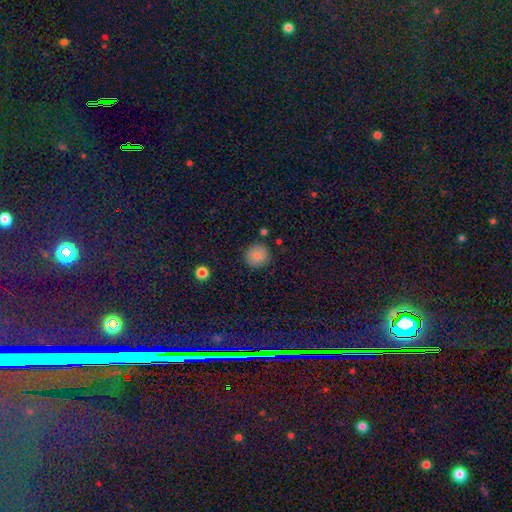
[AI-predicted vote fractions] Q: Smooth or featured?
A: smooth (84%); runner-up: star or artifact (10%)
Q: How rounded?
A: round (93%); runner-up: in between (6%)
Q: Merging?
A: none (88%); runner-up: minor disturbance (8%)